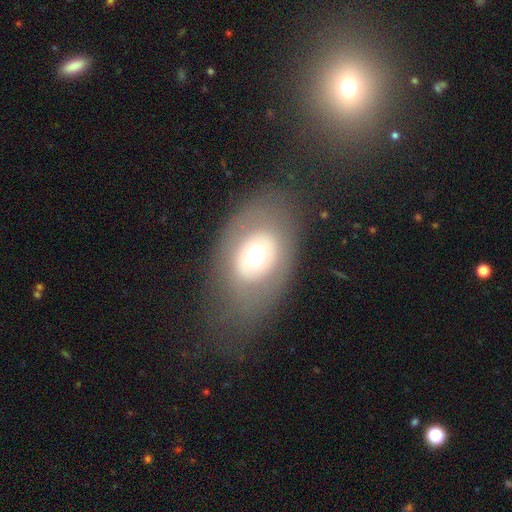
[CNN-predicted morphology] A smooth galaxy with no disk features (54%) that is in between round and cigar-shaped (74%). Merging: none (69%).